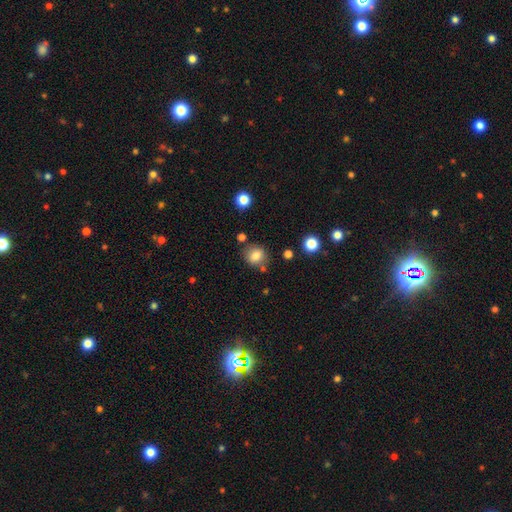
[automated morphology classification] A smooth galaxy with no disk features (80%) that is round (72%). Merging: none (77%).